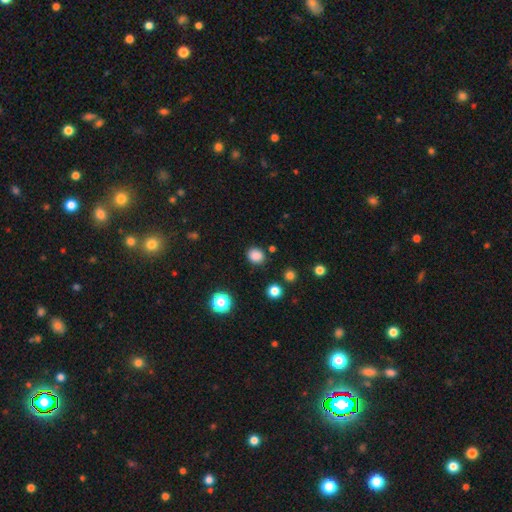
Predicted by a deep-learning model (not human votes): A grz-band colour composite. It shows a smooth galaxy with no disk features (84%) that is round (66%). Merging: none (85%).